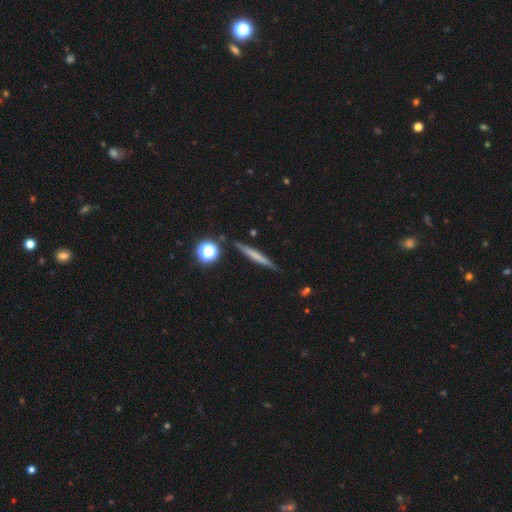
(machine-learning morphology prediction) Smooth or featured: smooth — 48% (featured or disk — 43%)
Merging: none — 88% (minor disturbance — 8%)